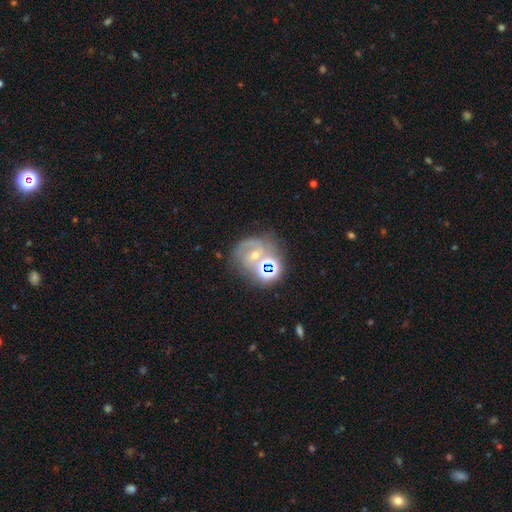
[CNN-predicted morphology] Smooth or featured? Predicted: featured or disk (p=0.61). Edge-on disk? Predicted: no (p=0.97). Bar? Predicted: no (p=0.46). Spiral arms? Predicted: yes (p=0.88). Spiral winding? Predicted: medium (p=0.47). Spiral arm count? Predicted: 2 (p=0.60). Bulge size? Predicted: small (p=0.46, tied with moderate). Merging? Predicted: none (p=0.55).